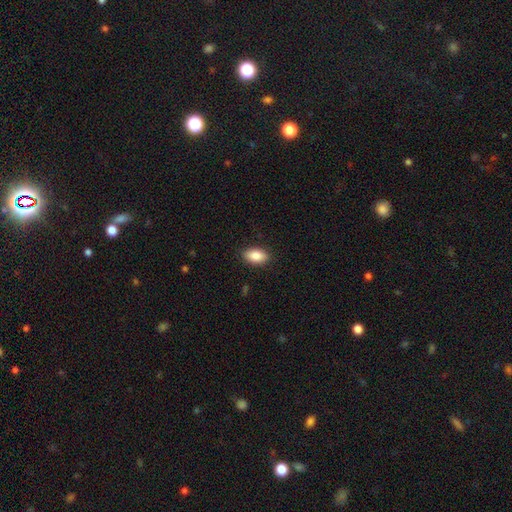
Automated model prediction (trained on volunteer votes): A smooth galaxy with no disk features (87%) that is in between round and cigar-shaped (92%). Merging: none (89%).